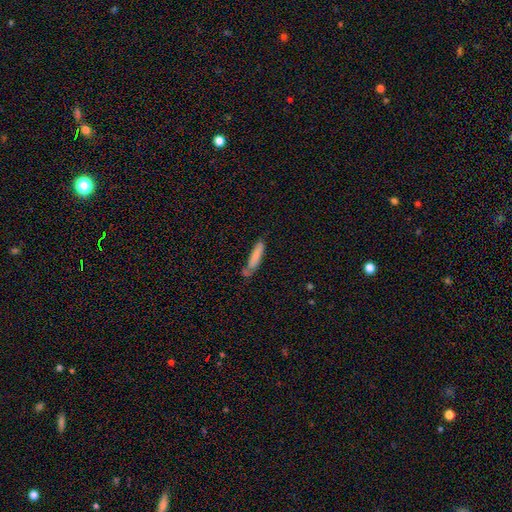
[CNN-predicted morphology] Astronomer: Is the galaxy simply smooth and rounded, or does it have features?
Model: smooth — 81%.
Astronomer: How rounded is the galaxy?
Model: cigar-shaped — 85%.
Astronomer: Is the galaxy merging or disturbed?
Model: none — 59%.